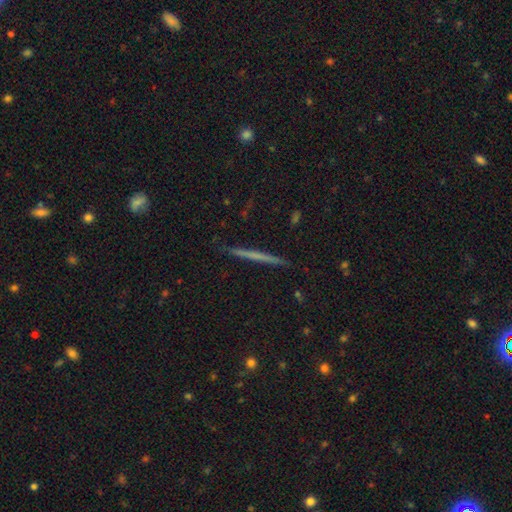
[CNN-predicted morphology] Smooth or featured? featured or disk (53%)
Edge-on disk? yes (98%)
Edge-on bulge? none (85%)
Merging? none (91%)